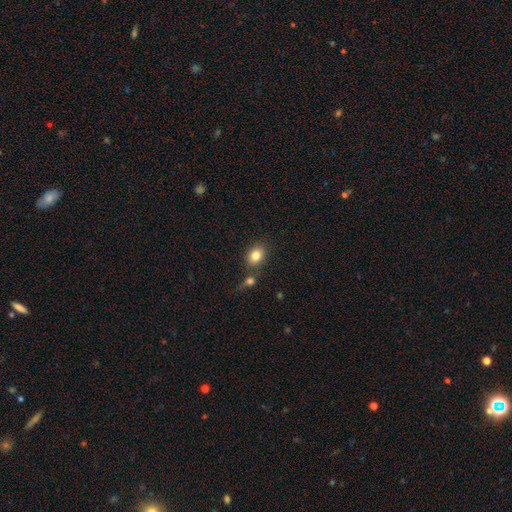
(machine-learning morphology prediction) Smooth or featured?
  - smooth: 82% *
  - star or artifact: 9%
  - featured or disk: 9%
How rounded?
  - in between: 58% *
  - round: 41%
  - cigar-shaped: 1%
Merging?
  - none: 67% *
  - merger: 18%
  - minor disturbance: 11%
  - major disturbance: 4%